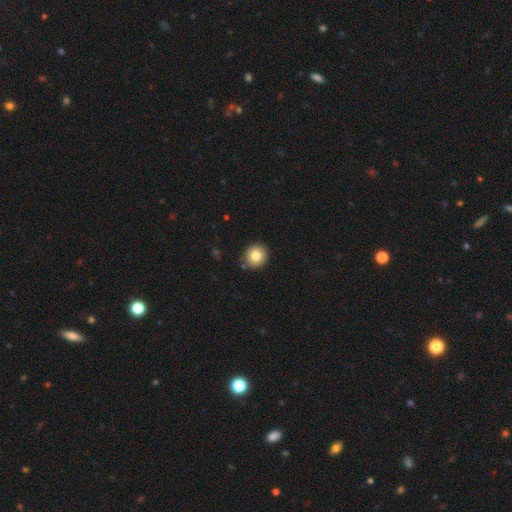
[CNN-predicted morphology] smooth 81%, star or artifact 10%, featured or disk 9%. Down the decision tree: how rounded — round (93%); merging — none (88%).